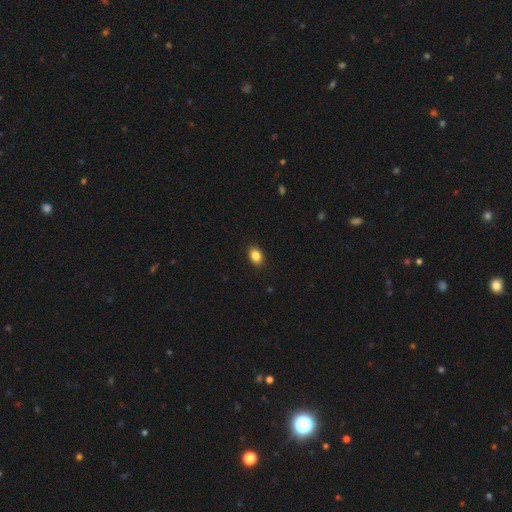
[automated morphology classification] Smooth or featured? Predicted: smooth (p=0.86). How rounded? Predicted: in between (p=0.77). Merging? Predicted: none (p=0.90).